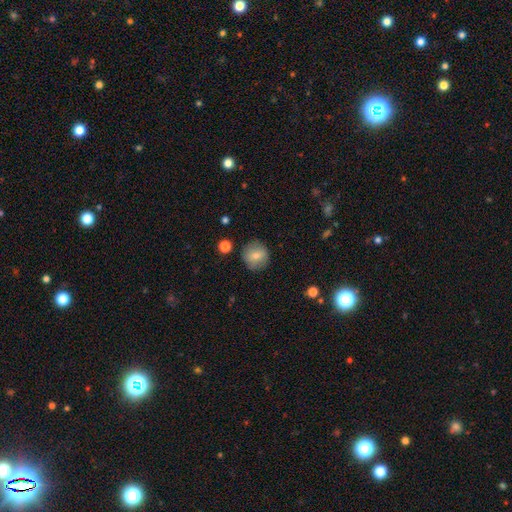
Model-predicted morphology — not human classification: Q: Smooth or featured?
A: smooth (75%); runner-up: featured or disk (17%)
Q: How rounded?
A: round (92%); runner-up: in between (7%)
Q: Merging?
A: none (86%); runner-up: minor disturbance (9%)